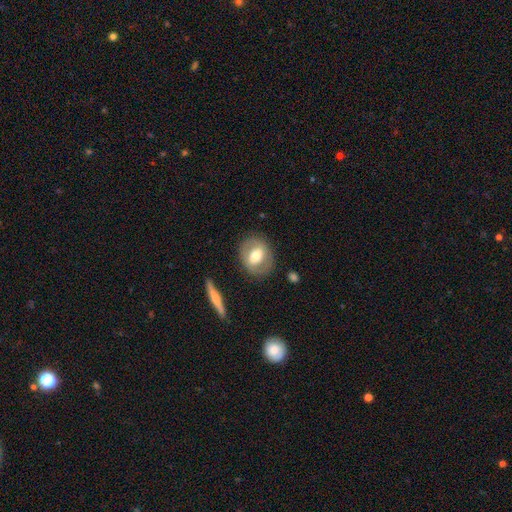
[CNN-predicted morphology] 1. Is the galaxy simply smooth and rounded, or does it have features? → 49% smooth, 45% featured or disk, 7% star or artifact.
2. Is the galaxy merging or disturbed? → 82% none, 11% minor disturbance, 5% major disturbance, 2% merger.